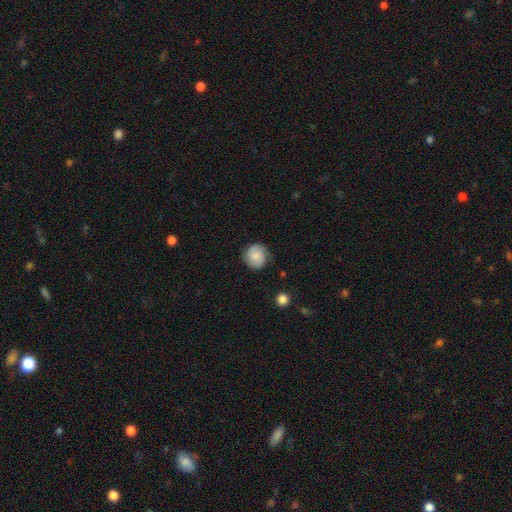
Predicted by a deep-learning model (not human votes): Morphology: type=smooth (63%); roundness=round (89%); merging=none (83%).